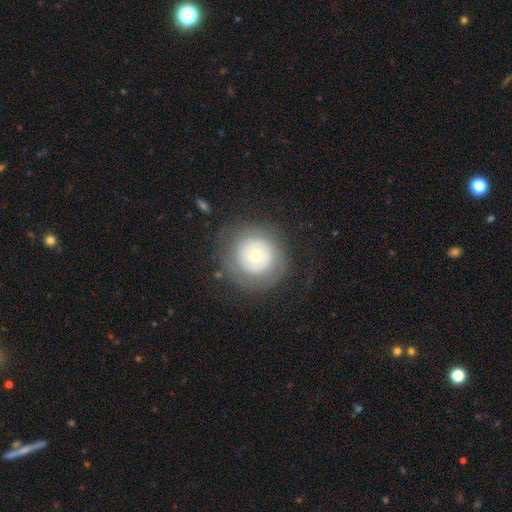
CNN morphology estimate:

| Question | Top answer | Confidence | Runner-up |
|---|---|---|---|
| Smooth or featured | smooth | 49% | featured or disk (43%) |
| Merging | none | 77% | minor disturbance (13%) |